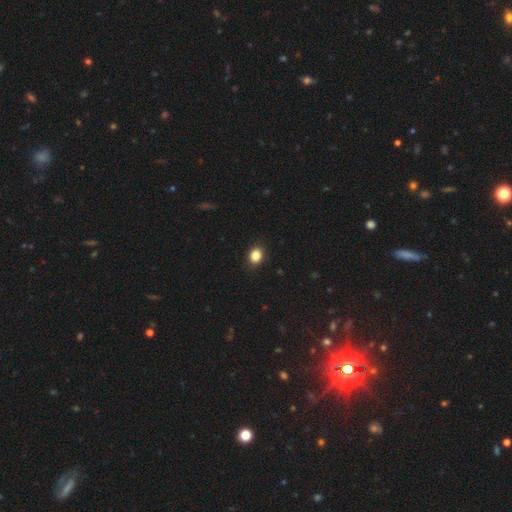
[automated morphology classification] smooth 85%, star or artifact 10%, featured or disk 5%. Down the decision tree: how rounded — in between (51%); merging — none (89%).